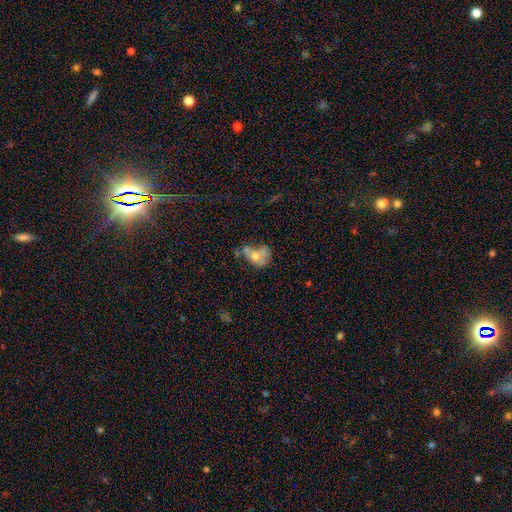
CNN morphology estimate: type=smooth (56%); roundness=in between (60%); merging=merger (38%).